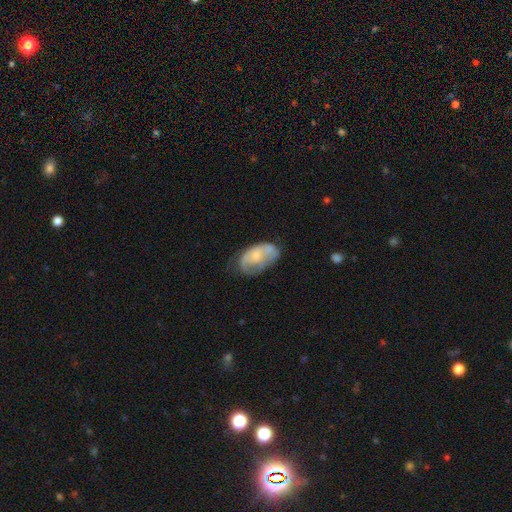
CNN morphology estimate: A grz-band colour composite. It shows a featured or disk galaxy (47%). Merging: none (35%, tied with minor disturbance).